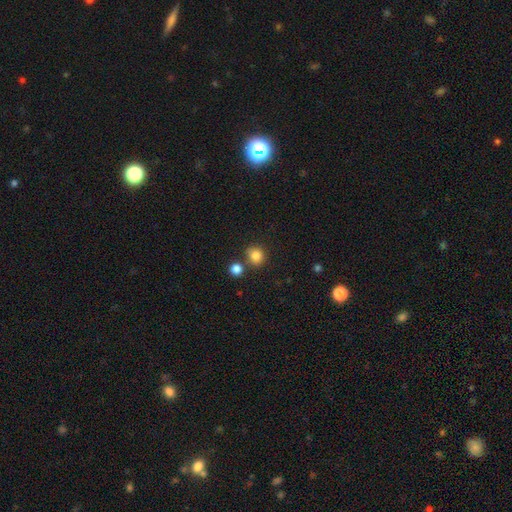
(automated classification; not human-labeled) Smooth or featured?
  - smooth: 83% *
  - star or artifact: 11%
  - featured or disk: 5%
How rounded?
  - round: 86% *
  - in between: 13%
  - cigar-shaped: 1%
Merging?
  - none: 72% *
  - merger: 15%
  - minor disturbance: 10%
  - major disturbance: 3%